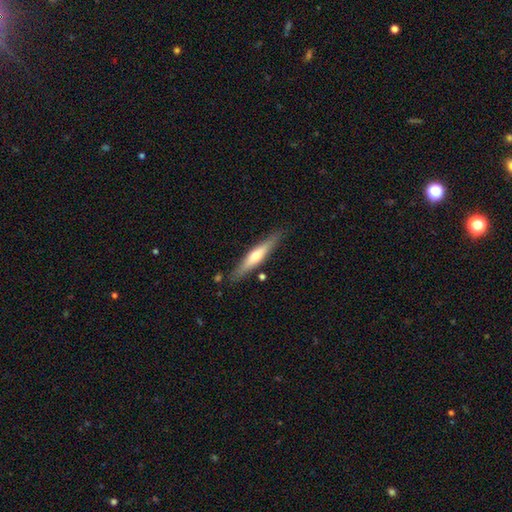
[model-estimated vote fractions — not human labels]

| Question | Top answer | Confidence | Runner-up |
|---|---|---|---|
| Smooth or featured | featured or disk | 51% | smooth (44%) |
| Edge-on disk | yes | 92% | no (8%) |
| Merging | none | 84% | minor disturbance (11%) |